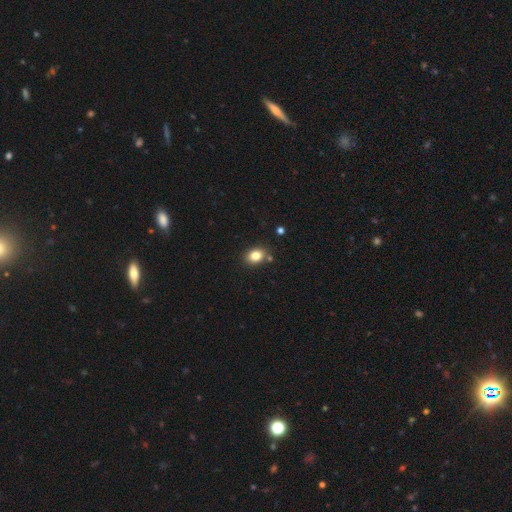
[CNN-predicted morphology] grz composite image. It shows a smooth galaxy with no disk features (82%) that is in between round and cigar-shaped (65%). Merging: none (81%).